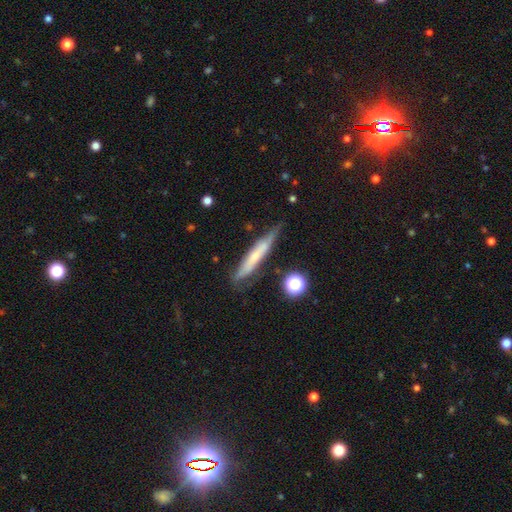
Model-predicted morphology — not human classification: smooth-or-featured: featured or disk: 46% | smooth: 45% | star or artifact: 8%
  merging: none: 70% | minor disturbance: 21% | major disturbance: 5% | merger: 3%